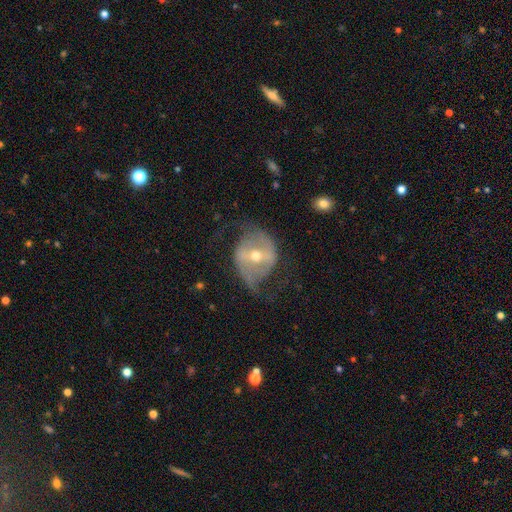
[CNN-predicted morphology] smooth-or-featured: featured or disk: 84% | smooth: 10% | star or artifact: 6%
  disk-edge-on: no: 97% | yes: 3%
    bar: strong: 41% | weak: 39% | no: 20%
    has-spiral-arms: yes: 89% | no: 11%
      spiral-winding: loose: 44% | medium: 42% | tight: 14%
      spiral-arm-count: 2: 88% | can't tell: 6% | 1: 2% | 3: 2% | 4: 1% | more than 4: 1%
    bulge-size: moderate: 52% | small: 44% | large: 2% | none: 1% | dominant: 1%
  merging: none: 63% | minor disturbance: 18% | major disturbance: 18% | merger: 2%